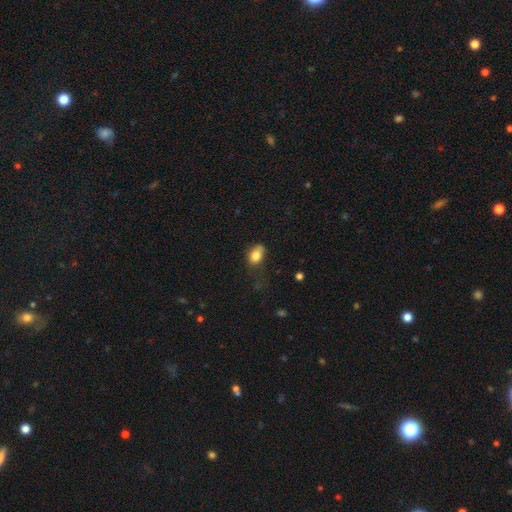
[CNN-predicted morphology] Smooth or featured?
  - smooth: 80% *
  - featured or disk: 11%
  - star or artifact: 9%
How rounded?
  - in between: 76% *
  - round: 23%
  - cigar-shaped: 2%
Merging?
  - none: 41% *
  - minor disturbance: 36%
  - major disturbance: 20%
  - merger: 3%